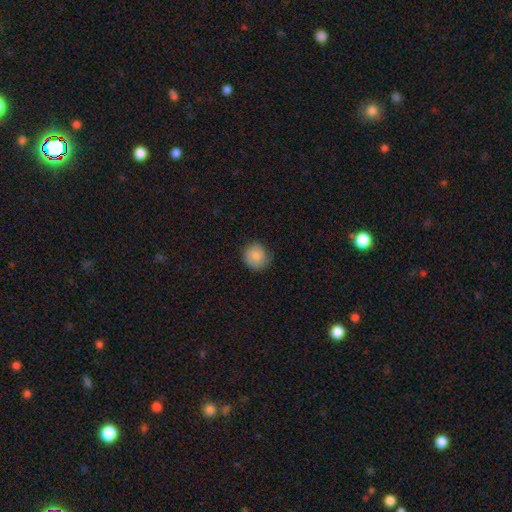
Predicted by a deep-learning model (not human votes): A smooth galaxy with no disk features (85%) that is round (92%). Merging: none (80%).